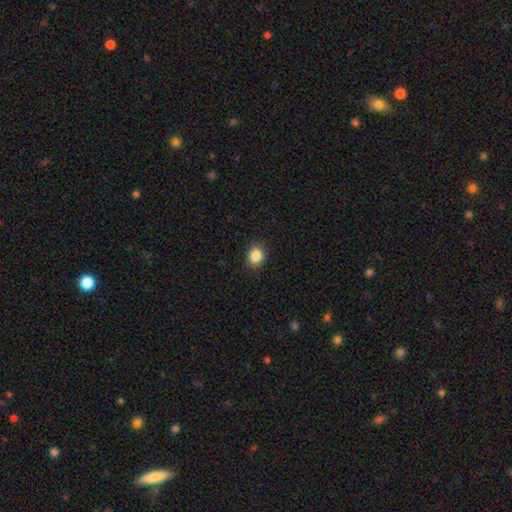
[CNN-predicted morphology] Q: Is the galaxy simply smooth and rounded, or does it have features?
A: smooth — 86%.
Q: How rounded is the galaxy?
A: round — 70%.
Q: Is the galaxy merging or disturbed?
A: none — 90%.